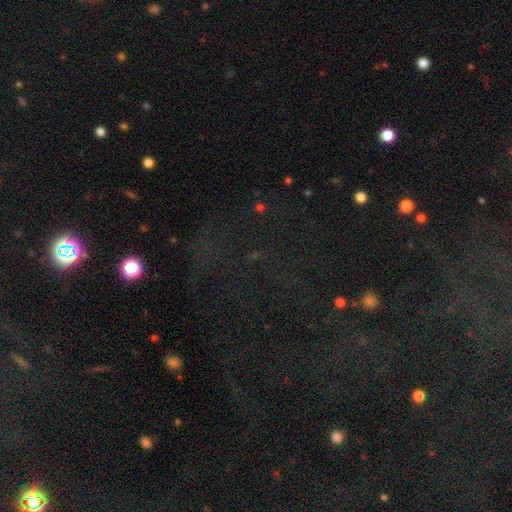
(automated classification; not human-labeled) star or artifact 72%, smooth 17%, featured or disk 11%.